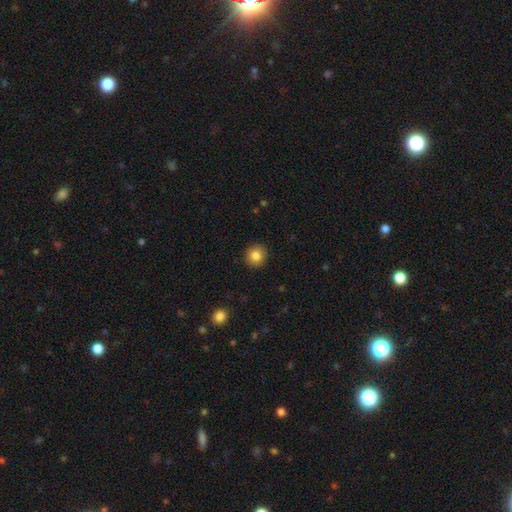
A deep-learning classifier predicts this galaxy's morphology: smooth-or-featured: smooth: 83% | star or artifact: 10% | featured or disk: 7%
  how-rounded: round: 92% | in between: 7% | cigar-shaped: 1%
  merging: none: 91% | minor disturbance: 6% | major disturbance: 2% | merger: 1%